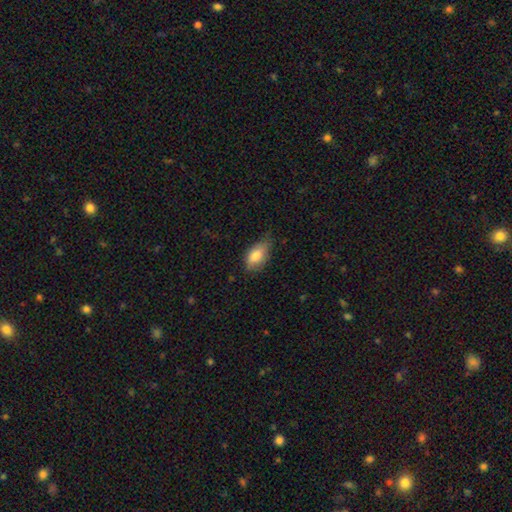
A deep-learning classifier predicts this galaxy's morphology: Overall: smooth (82%). How rounded: in between (91%). Merging: none (56%; minor disturbance 36%).